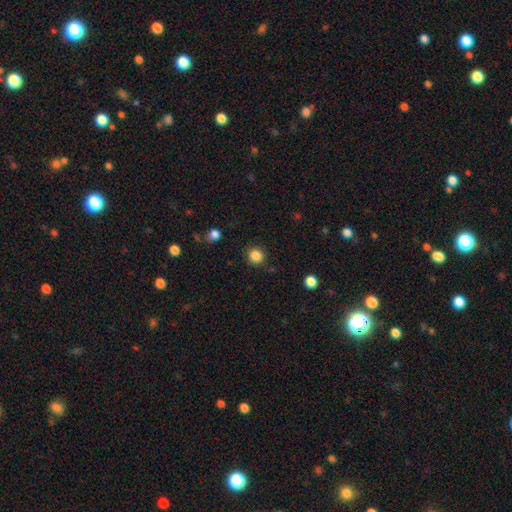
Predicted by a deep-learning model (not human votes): Overall: smooth (85%). How rounded: round (92%). Merging: none (89%).